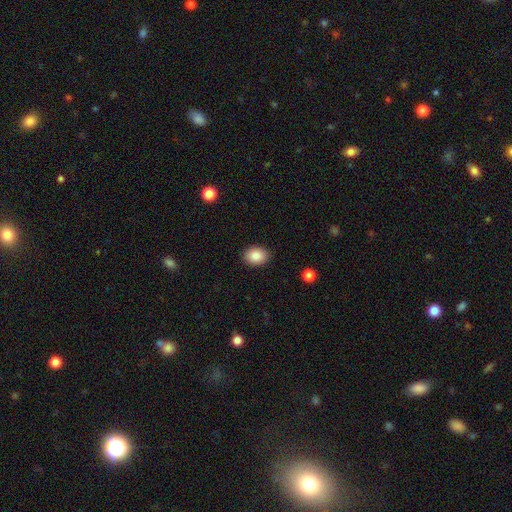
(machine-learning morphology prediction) This is clearly a smooth galaxy (86%). How rounded: likely in between (68%). Merging: clearly none (89%).